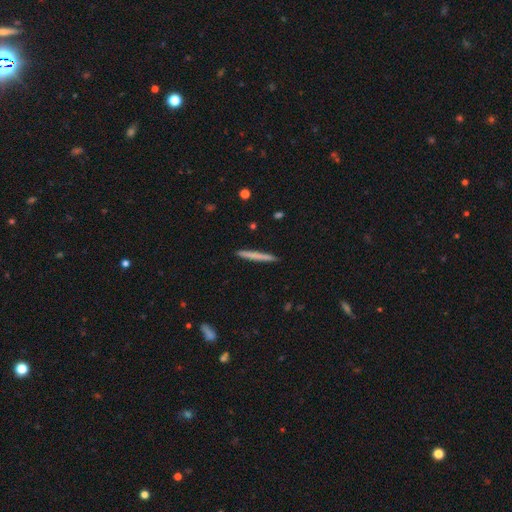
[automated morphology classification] smooth 68%, featured or disk 26%, star or artifact 6%. Down the decision tree: how rounded — cigar-shaped (97%); merging — none (92%).